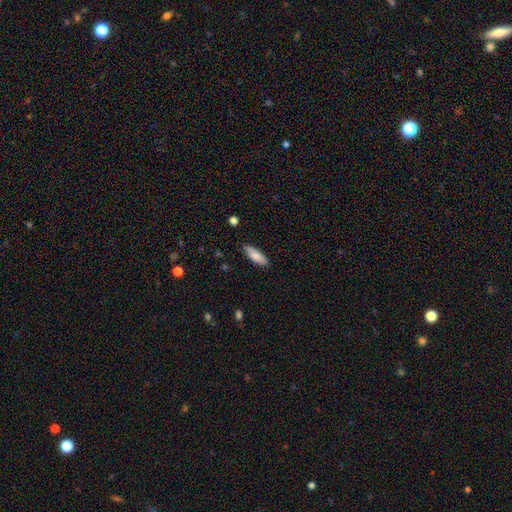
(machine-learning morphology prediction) smooth-or-featured: smooth: 79% | featured or disk: 15% | star or artifact: 6%
  how-rounded: in between: 55% | cigar-shaped: 44% | round: 2%
  merging: none: 86% | minor disturbance: 11% | major disturbance: 2% | merger: 1%